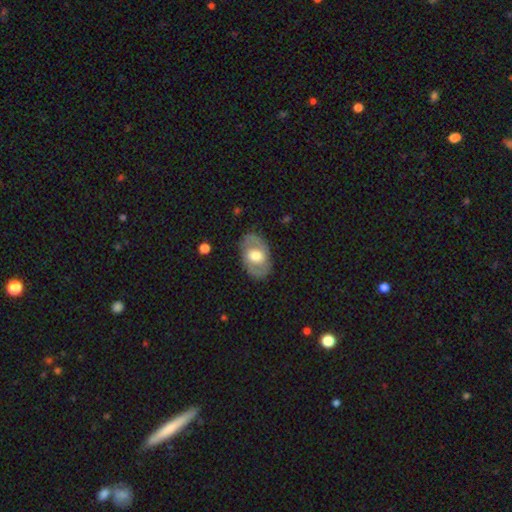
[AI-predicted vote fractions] Smooth or featured? Predicted: featured or disk (p=0.50). Edge-on disk? Predicted: no (p=0.92). Merging? Predicted: none (p=0.80).